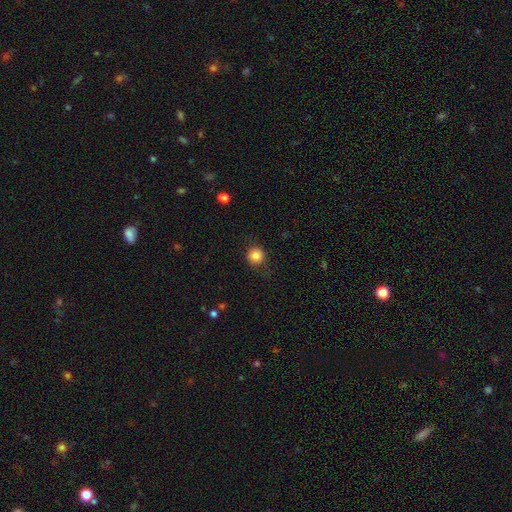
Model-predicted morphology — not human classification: This is clearly a smooth galaxy (84%). How rounded: clearly round (93%). Merging: clearly none (84%).